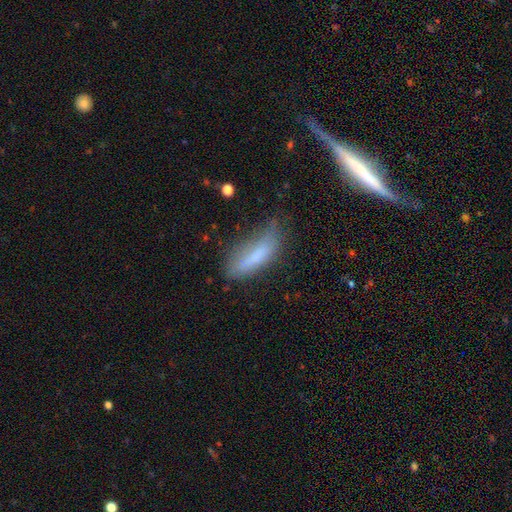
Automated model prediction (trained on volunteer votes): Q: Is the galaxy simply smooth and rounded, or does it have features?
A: smooth — 71%.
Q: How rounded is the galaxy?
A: cigar-shaped — 58%.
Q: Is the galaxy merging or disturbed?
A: none — 44%.